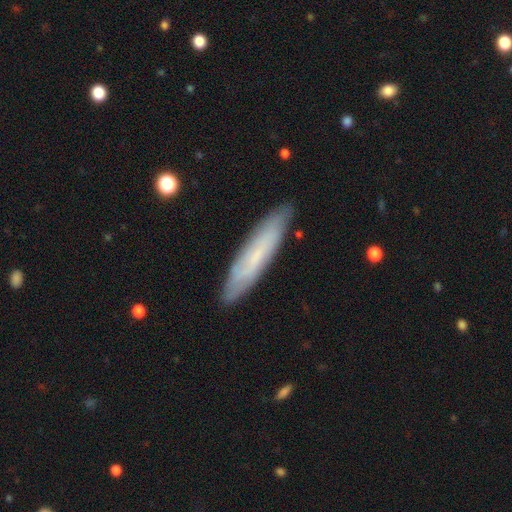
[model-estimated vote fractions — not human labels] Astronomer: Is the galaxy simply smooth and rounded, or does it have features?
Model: smooth — 54% (runner-up: featured or disk, 39%).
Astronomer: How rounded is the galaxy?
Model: cigar-shaped — 82%.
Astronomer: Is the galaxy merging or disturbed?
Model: none — 87%.